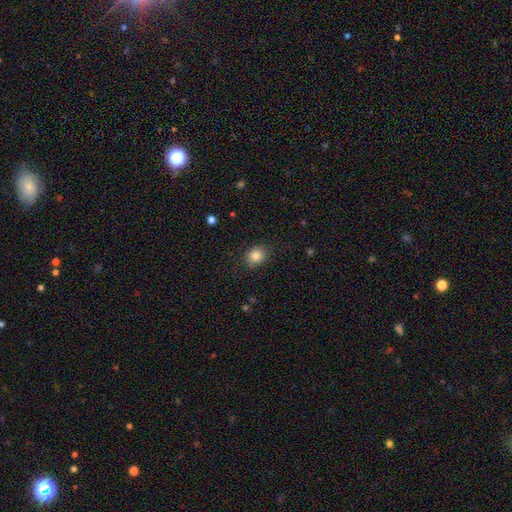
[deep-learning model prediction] This appears to be a smooth galaxy with no disk features (84%) that is round (68%). Merging: none (84%).